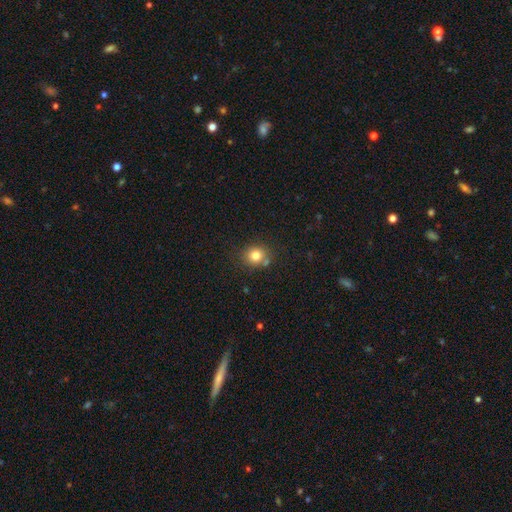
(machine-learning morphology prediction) Overall: smooth (80%). How rounded: round (81%). Merging: none (74%).